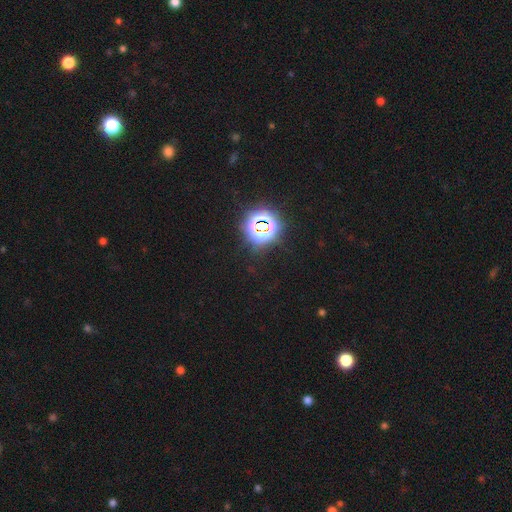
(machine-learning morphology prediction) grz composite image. It shows a star or artifact, not a galaxy (83%).